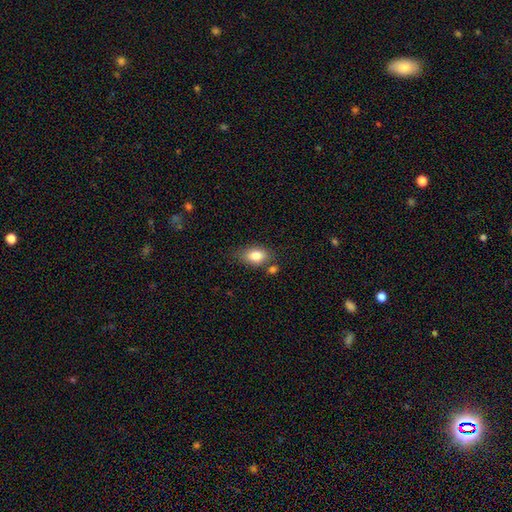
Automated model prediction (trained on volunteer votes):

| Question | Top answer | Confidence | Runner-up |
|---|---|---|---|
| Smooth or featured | smooth | 82% | featured or disk (10%) |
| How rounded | in between | 84% | round (14%) |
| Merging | none | 66% | minor disturbance (19%) |